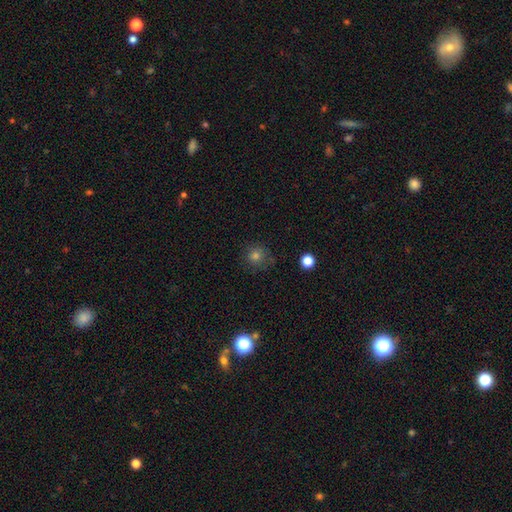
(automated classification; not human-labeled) smooth-or-featured: smooth: 69% | star or artifact: 22% | featured or disk: 9%
  how-rounded: round: 93% | in between: 6% | cigar-shaped: 1%
  merging: none: 83% | minor disturbance: 12% | major disturbance: 4% | merger: 2%